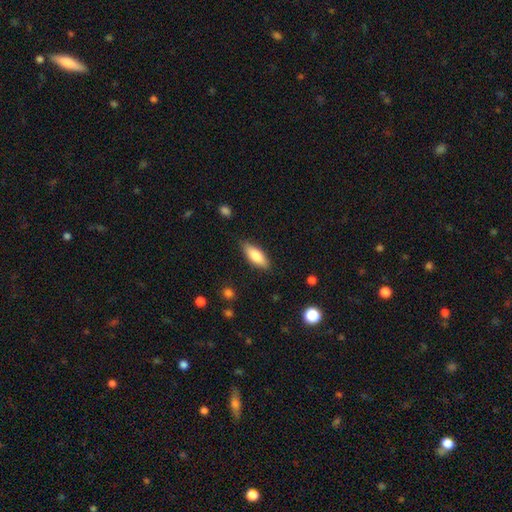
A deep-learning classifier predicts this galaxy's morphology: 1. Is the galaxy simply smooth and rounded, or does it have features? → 80% smooth, 14% featured or disk, 6% star or artifact.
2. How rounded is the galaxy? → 68% in between, 30% cigar-shaped, 2% round.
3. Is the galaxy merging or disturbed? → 83% none, 13% minor disturbance, 3% major disturbance, 1% merger.